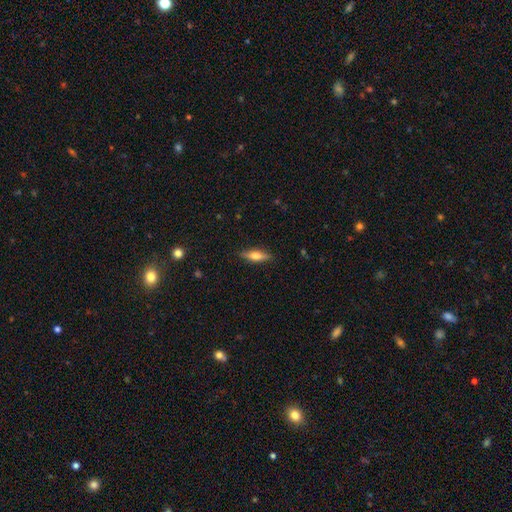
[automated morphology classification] type=smooth (50%); merging=none (88%).